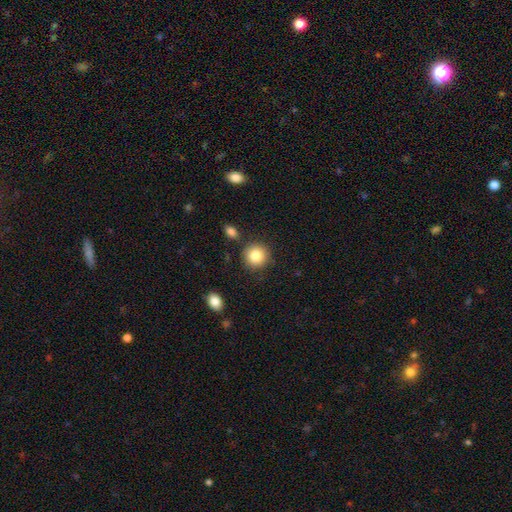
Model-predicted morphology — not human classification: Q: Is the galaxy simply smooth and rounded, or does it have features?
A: smooth — 84%.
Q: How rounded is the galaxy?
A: round — 92%.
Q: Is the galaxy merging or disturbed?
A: none — 84%.